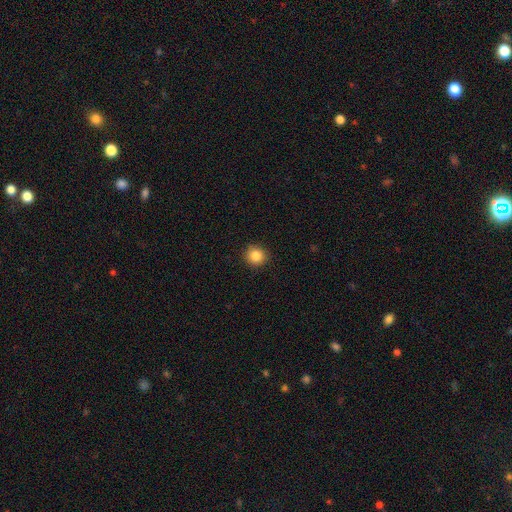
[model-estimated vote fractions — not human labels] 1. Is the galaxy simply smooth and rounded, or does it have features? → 85% smooth, 10% star or artifact, 4% featured or disk.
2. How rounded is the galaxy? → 91% round, 8% in between, 1% cigar-shaped.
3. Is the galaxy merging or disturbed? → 89% none, 8% minor disturbance, 2% major disturbance, 1% merger.